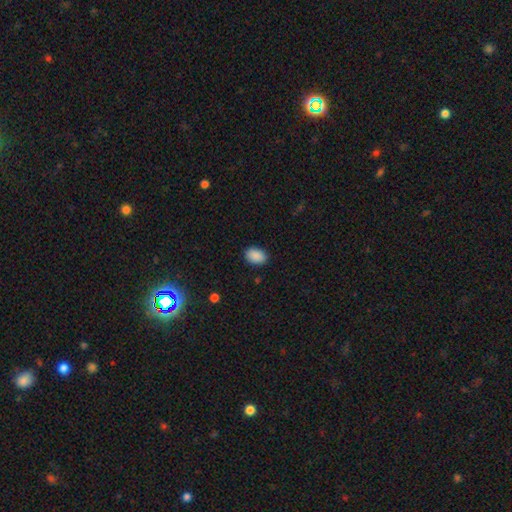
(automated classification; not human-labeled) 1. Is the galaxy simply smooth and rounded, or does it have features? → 89% smooth, 8% star or artifact, 3% featured or disk.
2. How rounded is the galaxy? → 85% in between, 14% round, 1% cigar-shaped.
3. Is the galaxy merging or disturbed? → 86% none, 10% minor disturbance, 2% major disturbance, 1% merger.